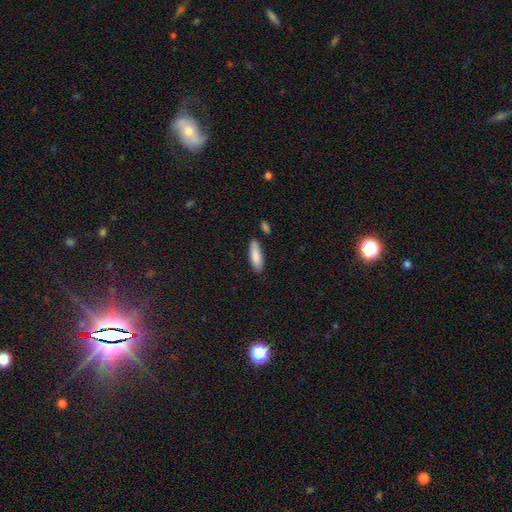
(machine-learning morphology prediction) type=smooth (86%); roundness=in between (50%); merging=none (78%).